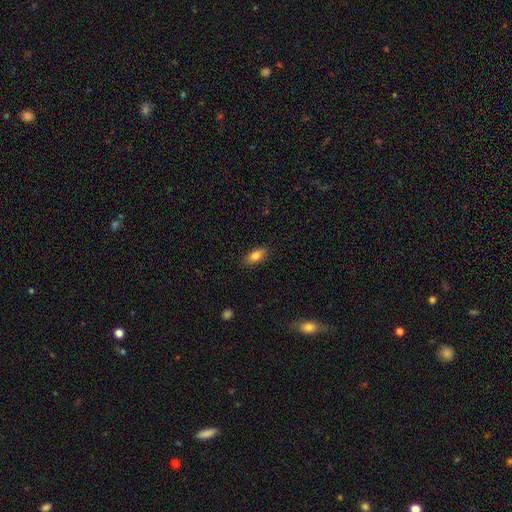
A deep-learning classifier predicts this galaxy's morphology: type=smooth (80%); roundness=in between (84%); merging=none (86%).